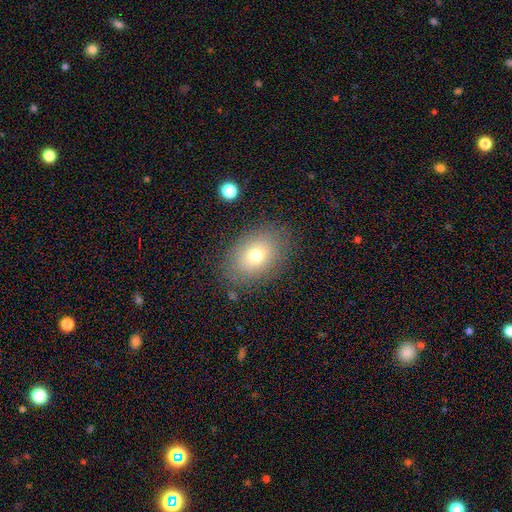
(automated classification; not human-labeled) Smooth or featured?
  - smooth: 74% *
  - featured or disk: 15%
  - star or artifact: 11%
How rounded?
  - in between: 76% *
  - round: 23%
  - cigar-shaped: 1%
Merging?
  - none: 82% *
  - minor disturbance: 12%
  - major disturbance: 5%
  - merger: 2%